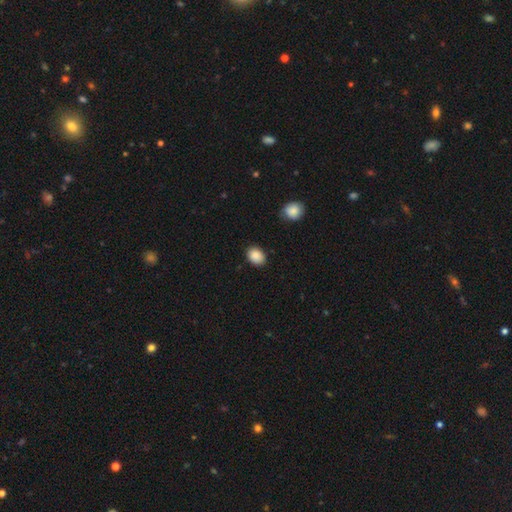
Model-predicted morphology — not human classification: The model was most divided on "how rounded": in between: 65%, round: 35%, cigar-shaped: 1%. More confident: smooth or featured — smooth (89%); merging — none (87%).